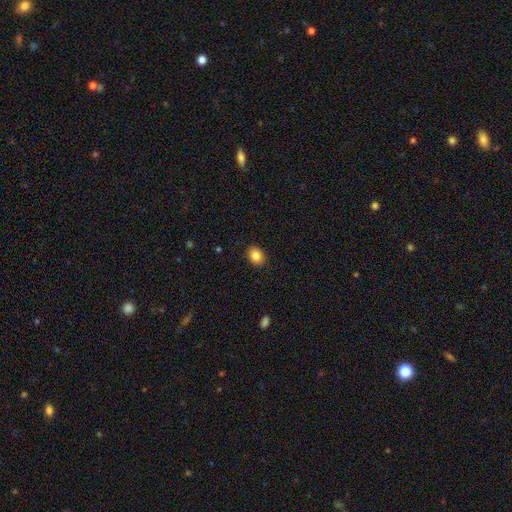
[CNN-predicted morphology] A smooth galaxy with no disk features (86%) that is in between round and cigar-shaped (58%).

Vote fractions:
- Smooth or featured? smooth: 86% / star or artifact: 9% / featured or disk: 5%
- How rounded? in between: 58% / round: 41% / cigar-shaped: 1%
- Merging? none: 89% / minor disturbance: 8% / major disturbance: 2% / merger: 1%